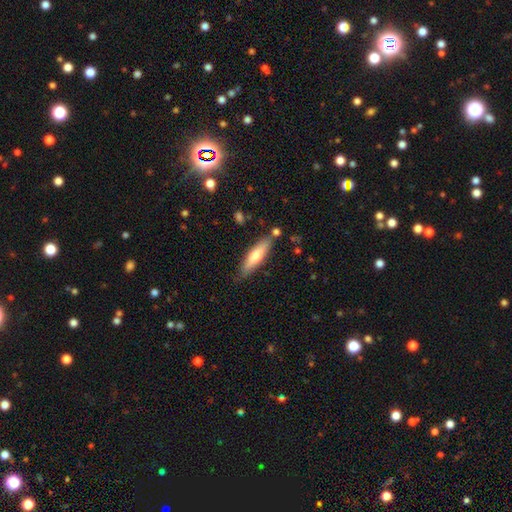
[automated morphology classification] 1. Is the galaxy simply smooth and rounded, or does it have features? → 64% smooth, 31% featured or disk, 6% star or artifact.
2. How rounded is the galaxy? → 70% cigar-shaped, 28% in between, 2% round.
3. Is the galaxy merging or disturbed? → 79% none, 13% minor disturbance, 5% merger, 3% major disturbance.